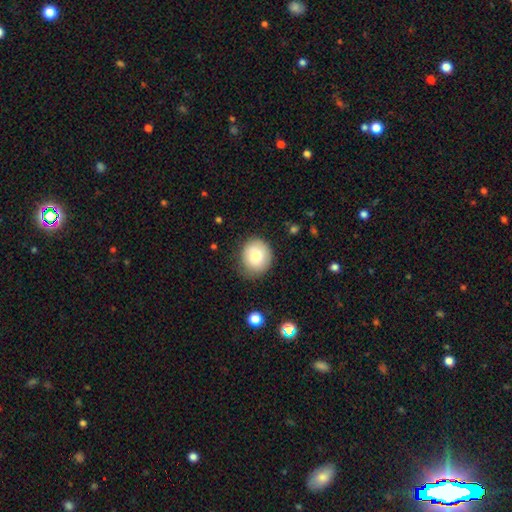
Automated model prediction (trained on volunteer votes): Q: Smooth or featured?
A: smooth (81%); runner-up: featured or disk (11%)
Q: How rounded?
A: round (75%); runner-up: in between (24%)
Q: Merging?
A: none (75%); runner-up: minor disturbance (19%)